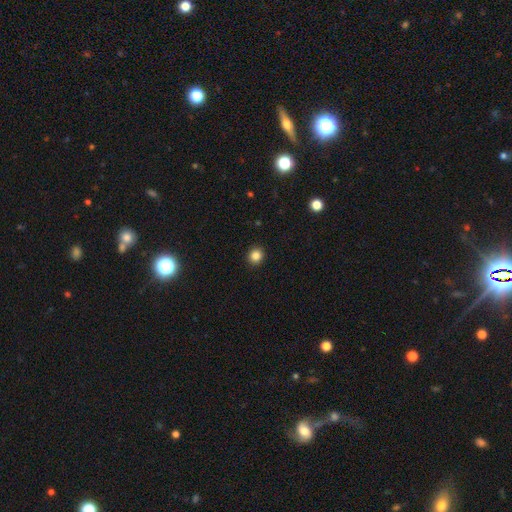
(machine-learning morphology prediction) The model was most divided on "smooth or featured": smooth: 84%, star or artifact: 11%, featured or disk: 4%. More confident: merging — none (92%); how rounded — round (87%).